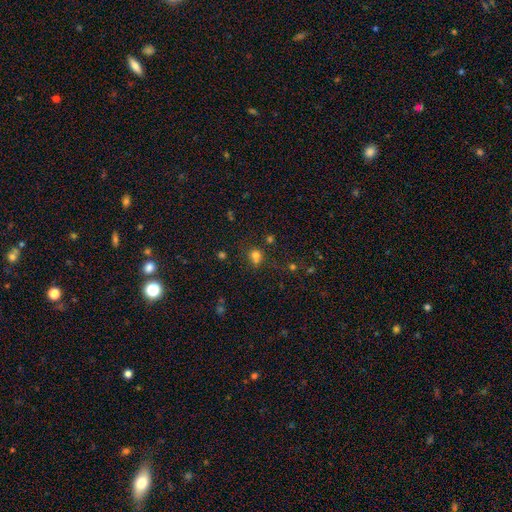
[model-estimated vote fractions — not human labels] smooth-or-featured: smooth: 73% | star or artifact: 19% | featured or disk: 8%
  how-rounded: round: 73% | in between: 26% | cigar-shaped: 1%
  merging: none: 55% | merger: 22% | minor disturbance: 16% | major disturbance: 6%